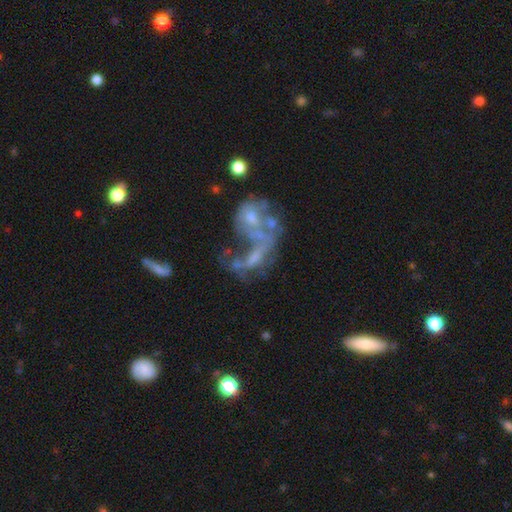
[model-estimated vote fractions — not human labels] Smooth or featured? Predicted: featured or disk (p=0.59). Edge-on disk? Predicted: no (p=0.97). Bar? Predicted: no (p=0.85). Spiral arms? Predicted: no (p=0.86). Bulge size? Predicted: none (p=0.58). Merging? Predicted: merger (p=0.40).